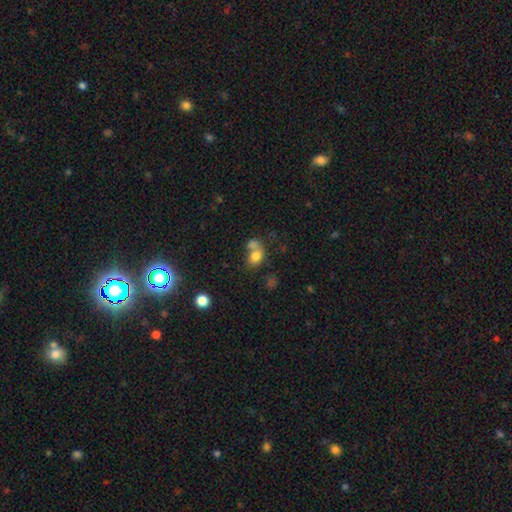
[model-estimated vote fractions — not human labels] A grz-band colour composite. It shows a smooth galaxy with no disk features (76%) that is in between round and cigar-shaped (58%). Merging: merger (52%).